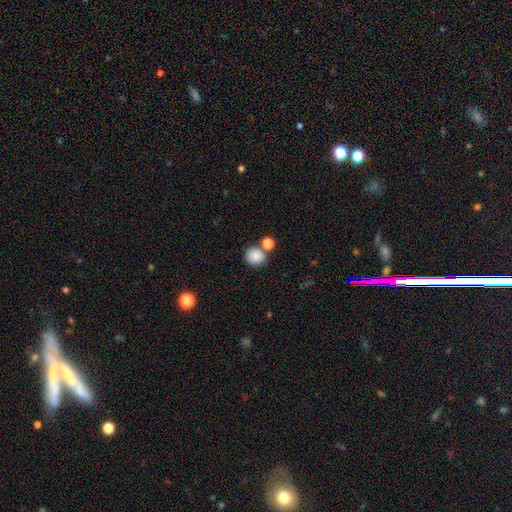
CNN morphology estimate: This is clearly a smooth galaxy (86%). How rounded: clearly round (88%). Merging: likely none (68%).